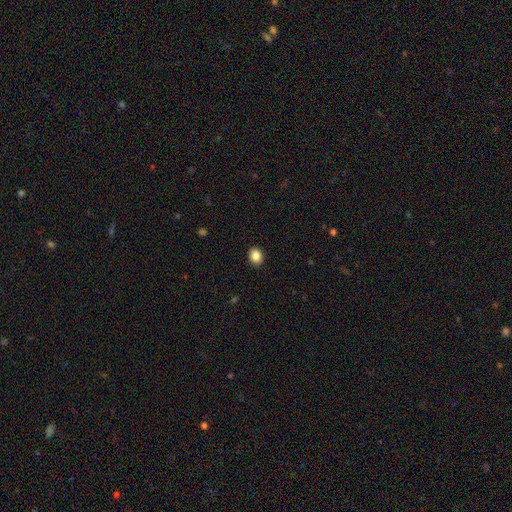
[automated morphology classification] Overall: smooth (87%). How rounded: in between (52%; round 47%). Merging: none (90%).